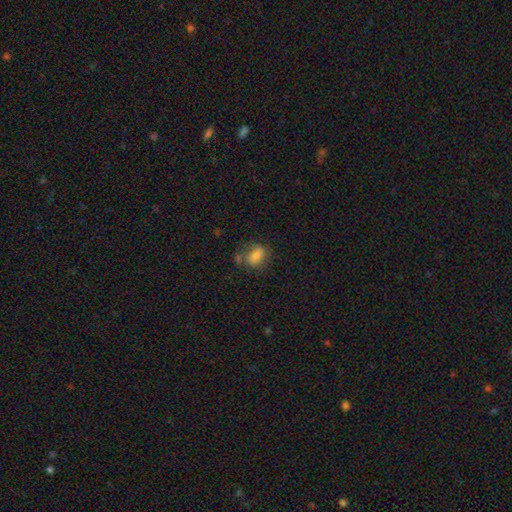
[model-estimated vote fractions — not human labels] Morphology: type=smooth (75%); roundness=in between (73%); merging=none (56%).